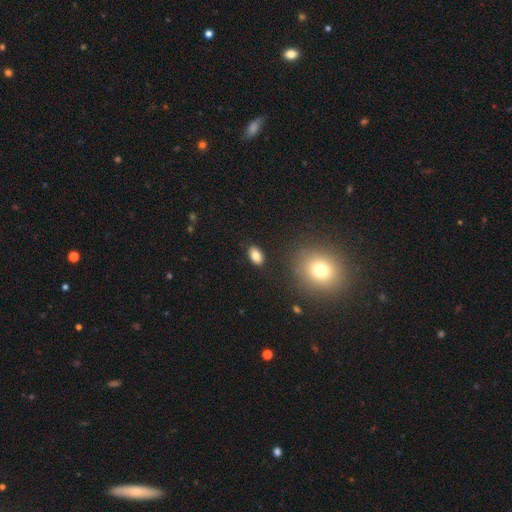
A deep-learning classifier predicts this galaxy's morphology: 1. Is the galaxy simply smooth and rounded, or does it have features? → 84% smooth, 10% star or artifact, 7% featured or disk.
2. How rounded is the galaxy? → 90% in between, 8% round, 2% cigar-shaped.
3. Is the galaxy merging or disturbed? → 87% none, 9% minor disturbance, 2% major disturbance, 2% merger.